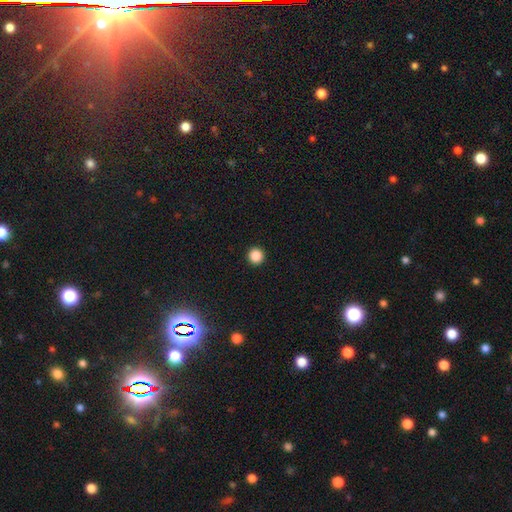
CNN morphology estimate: smooth 87%, star or artifact 10%, featured or disk 2%. Down the decision tree: how rounded — round (96%); merging — none (94%).